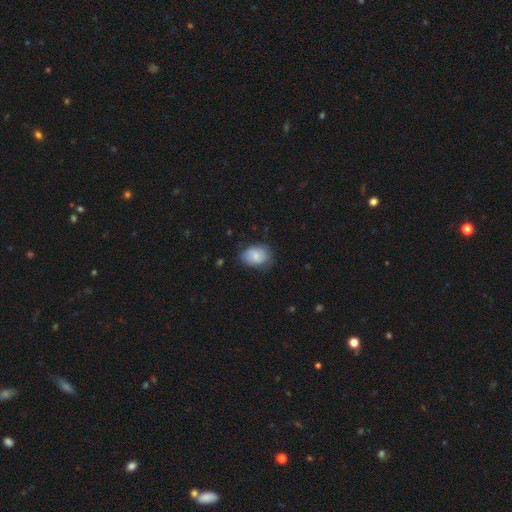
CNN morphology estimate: A smooth galaxy with no disk features (71%) that is in between round and cigar-shaped (69%).

Vote fractions:
- Smooth or featured? smooth: 71% / featured or disk: 22% / star or artifact: 7%
- How rounded? in between: 69% / round: 30% / cigar-shaped: 1%
- Merging? none: 66% / minor disturbance: 26% / major disturbance: 7% / merger: 2%